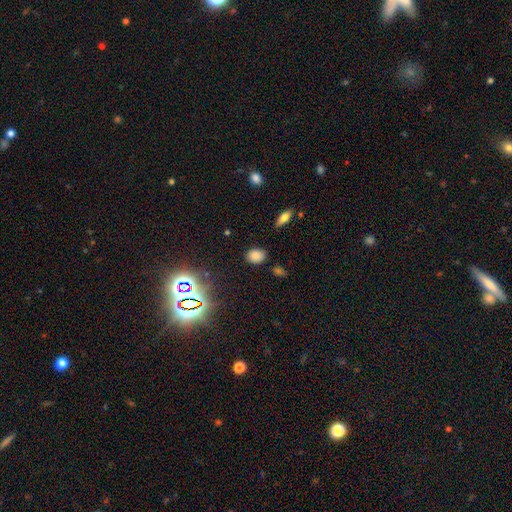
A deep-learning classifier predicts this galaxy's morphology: A smooth galaxy with no disk features (77%) that is in between round and cigar-shaped (64%).

Vote fractions:
- Smooth or featured? smooth: 77% / star or artifact: 16% / featured or disk: 6%
- How rounded? in between: 64% / round: 35% / cigar-shaped: 2%
- Merging? none: 85% / minor disturbance: 10% / major disturbance: 3% / merger: 2%